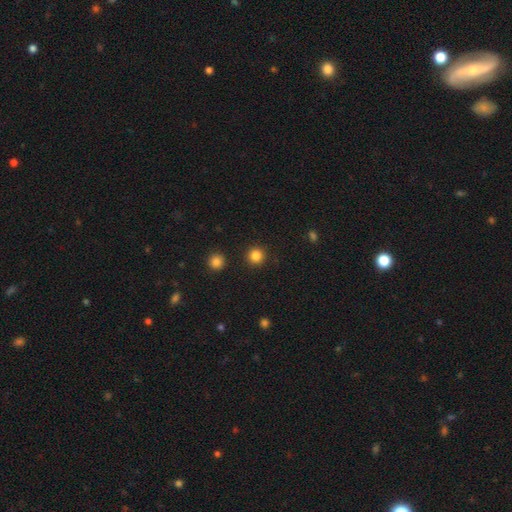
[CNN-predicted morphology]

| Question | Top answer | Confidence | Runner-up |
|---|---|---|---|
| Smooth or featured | smooth | 85% | star or artifact (12%) |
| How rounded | round | 95% | in between (4%) |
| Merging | none | 92% | minor disturbance (4%) |